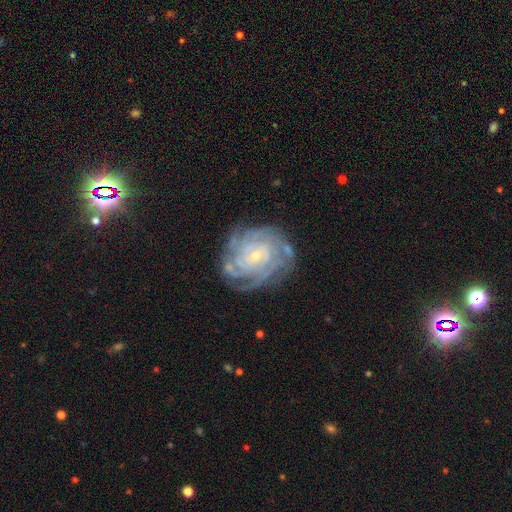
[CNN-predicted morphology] This is clearly a featured or disk galaxy (88%). It is clearly not viewed edge-on (97%). Bar: likely no (67%). Spiral arm pattern: clearly yes (97%). Spiral arm count: marginally 4 (29%). Spiral winding: likely tight (79%). Central bulge: likely small (75%). Merging: likely none (74%).